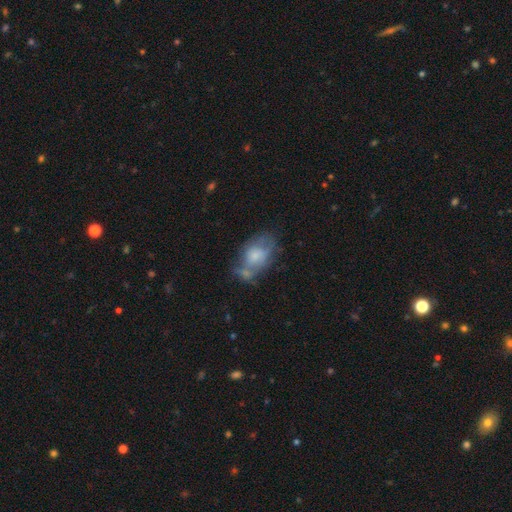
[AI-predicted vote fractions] Smooth or featured? smooth (55%)
How rounded? in between (85%)
Merging? none (32%)